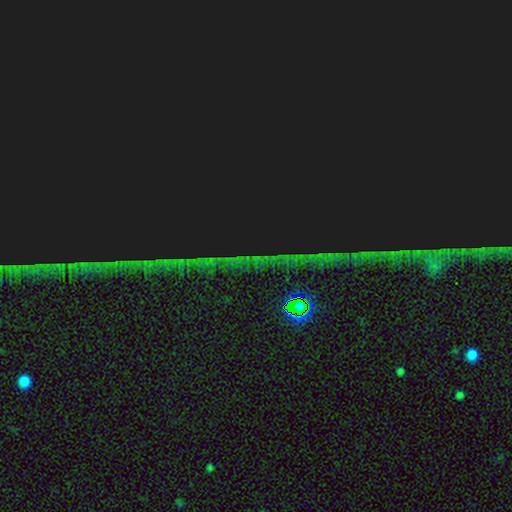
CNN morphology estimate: This is clearly a star or artifact rather than a galaxy (87%).